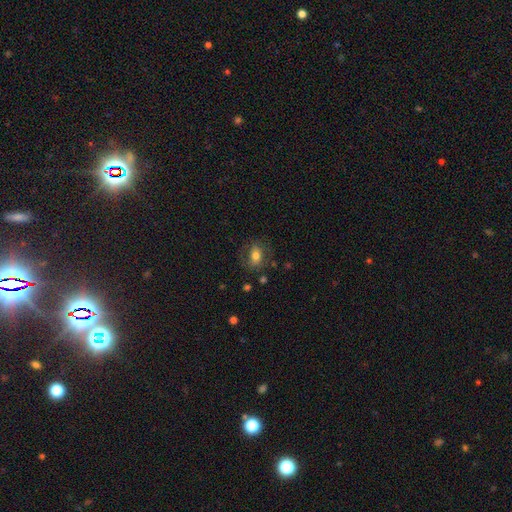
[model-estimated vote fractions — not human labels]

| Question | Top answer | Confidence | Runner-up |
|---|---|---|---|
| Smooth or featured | smooth | 66% | featured or disk (24%) |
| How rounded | in between | 70% | round (28%) |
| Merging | none | 69% | minor disturbance (18%) |